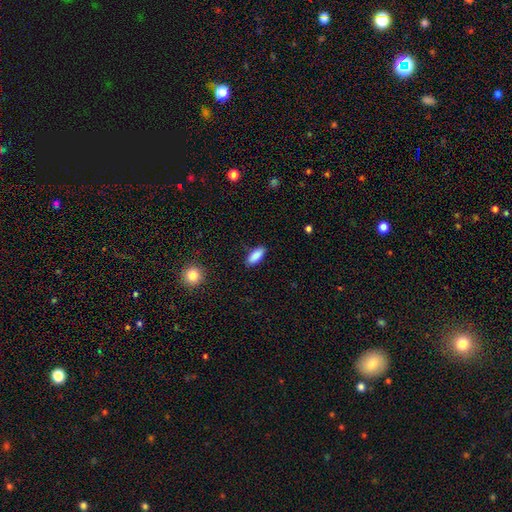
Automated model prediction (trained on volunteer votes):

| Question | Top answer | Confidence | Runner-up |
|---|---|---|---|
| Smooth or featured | smooth | 88% | star or artifact (7%) |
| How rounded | in between | 80% | cigar-shaped (18%) |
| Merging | none | 86% | minor disturbance (10%) |